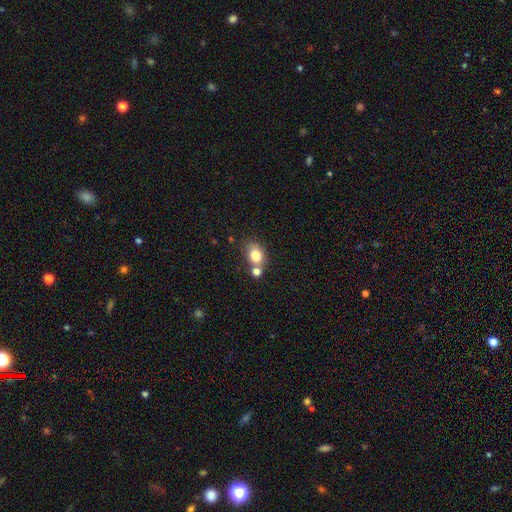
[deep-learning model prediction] smooth 80%, star or artifact 10%, featured or disk 10%. Down the decision tree: how rounded — in between (55%); merging — none (52%).